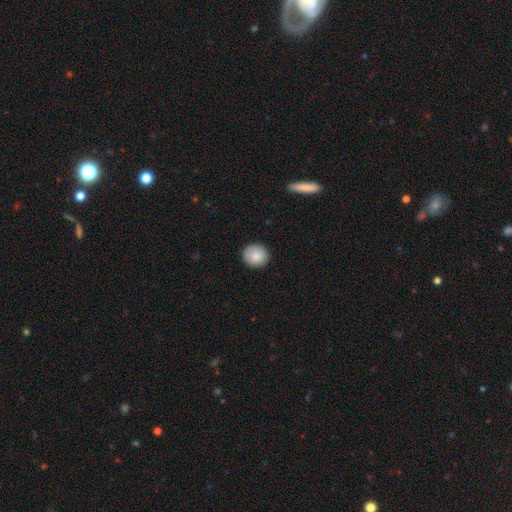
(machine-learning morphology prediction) type=smooth (86%); roundness=round (88%); merging=none (89%).